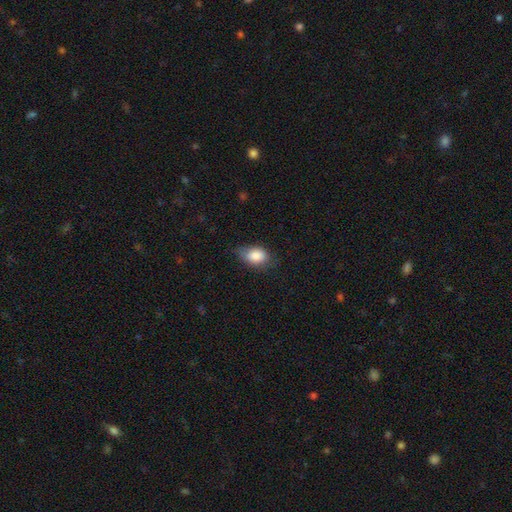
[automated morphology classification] This appears to be a smooth galaxy with no disk features (85%) that is in between round and cigar-shaped (85%). Merging: none (60%).